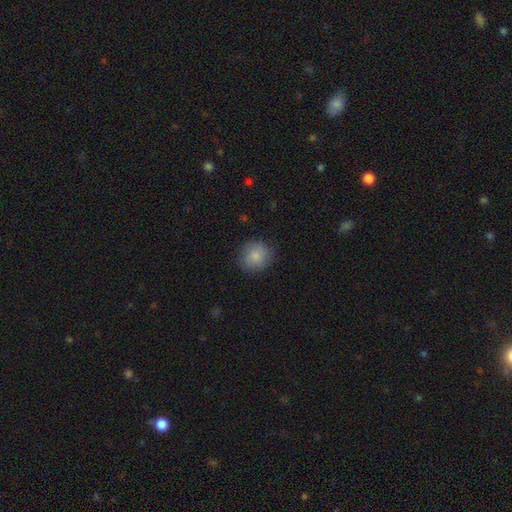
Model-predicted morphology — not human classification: smooth-or-featured: smooth: 83% | featured or disk: 10% | star or artifact: 8%
  how-rounded: round: 86% | in between: 13% | cigar-shaped: 1%
  merging: none: 82% | minor disturbance: 13% | major disturbance: 4% | merger: 1%